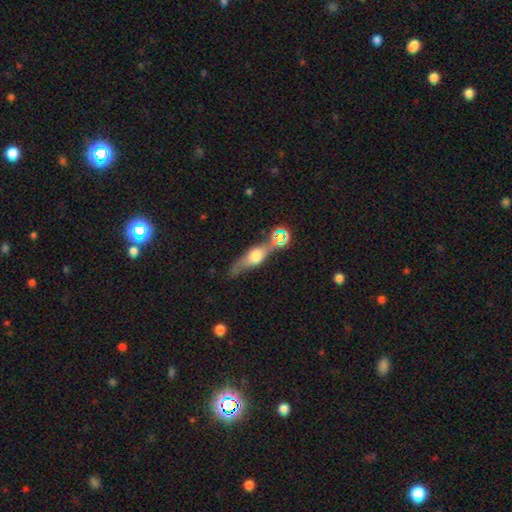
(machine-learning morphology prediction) A featured or disk galaxy (54%) viewed edge-on (84%). Merging: none (62%).